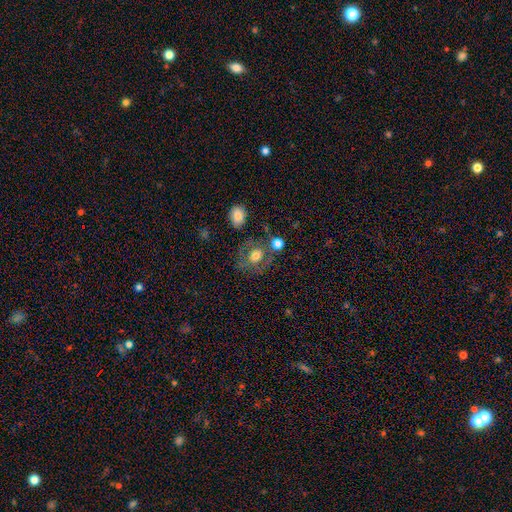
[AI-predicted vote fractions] Q: Smooth or featured?
A: smooth (59%); runner-up: featured or disk (30%)
Q: How rounded?
A: round (65%); runner-up: in between (34%)
Q: Merging?
A: none (60%); runner-up: minor disturbance (16%)